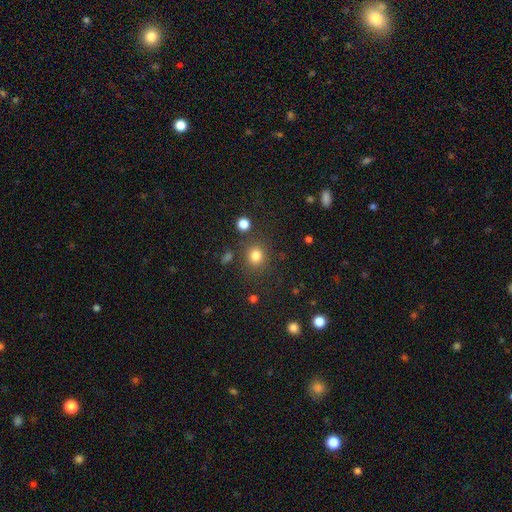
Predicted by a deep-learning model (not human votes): Smooth or featured? Predicted: smooth (p=0.81). How rounded? Predicted: round (p=0.80). Merging? Predicted: none (p=0.80).